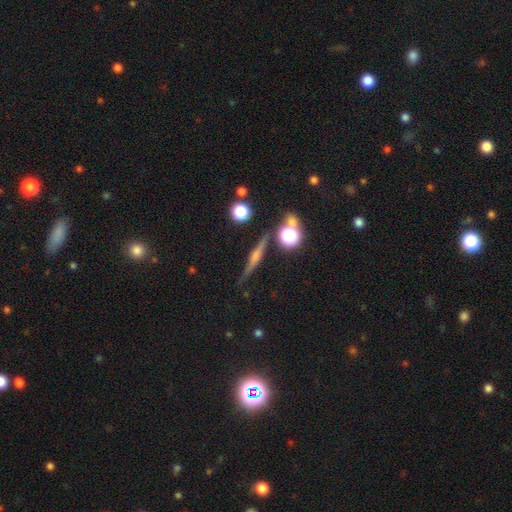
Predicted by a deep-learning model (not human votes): Smooth or featured?
  - featured or disk: 73% *
  - smooth: 14%
  - star or artifact: 12%
Edge-on disk?
  - yes: 97% *
  - no: 3%
Edge-on bulge?
  - rounded: 86% *
  - boxy: 8%
  - none: 6%
Merging?
  - none: 86% *
  - minor disturbance: 8%
  - merger: 4%
  - major disturbance: 2%